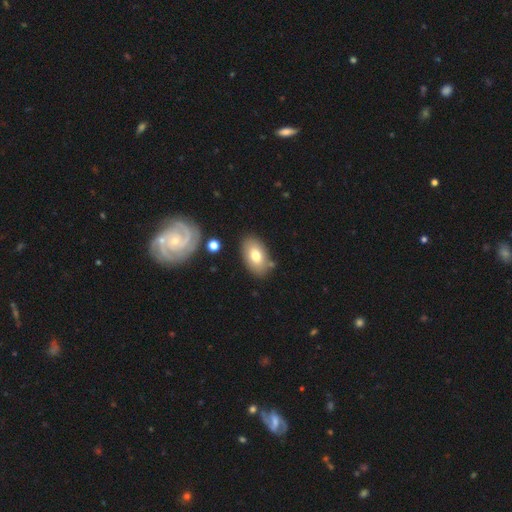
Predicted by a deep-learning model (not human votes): Smooth or featured: smooth — 74% (featured or disk — 19%)
How rounded: in between — 91% (round — 8%)
Merging: none — 77% (minor disturbance — 14%)